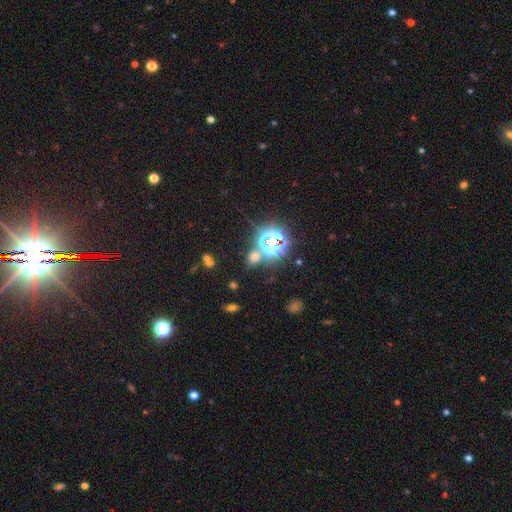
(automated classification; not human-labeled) The model was most divided on "smooth or featured": star or artifact: 56%, smooth: 37%, featured or disk: 8%.